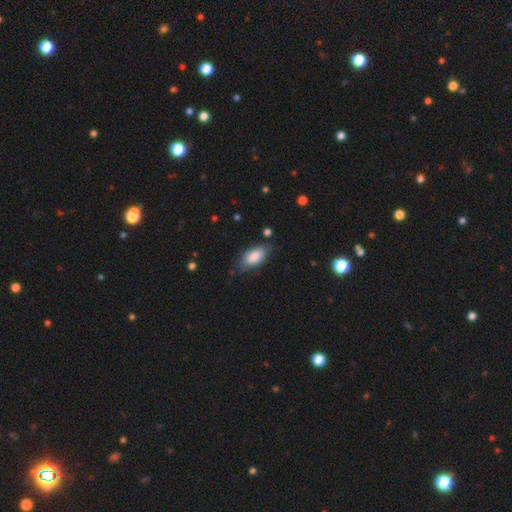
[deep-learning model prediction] A smooth galaxy with no disk features (84%) that is in between round and cigar-shaped (89%). Merging: none (73%).